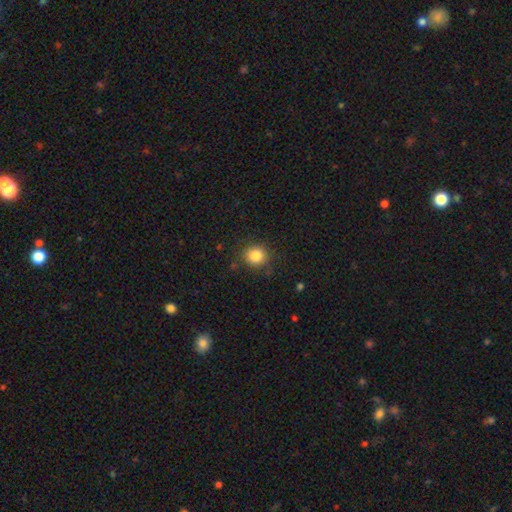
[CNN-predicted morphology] smooth-or-featured: smooth: 83% | star or artifact: 11% | featured or disk: 6%
  how-rounded: round: 86% | in between: 13% | cigar-shaped: 1%
  merging: none: 85% | minor disturbance: 10% | major disturbance: 3% | merger: 1%